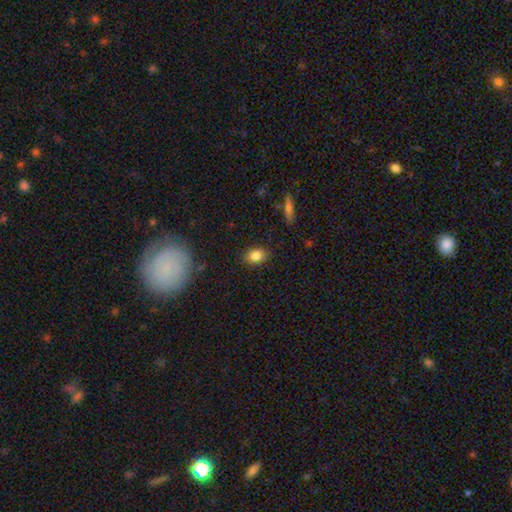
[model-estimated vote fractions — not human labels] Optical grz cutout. It shows a smooth galaxy with no disk features (84%) that is in between round and cigar-shaped (63%). Merging: none (86%).